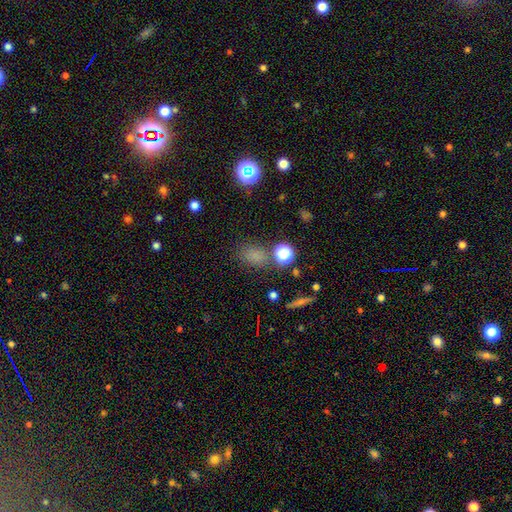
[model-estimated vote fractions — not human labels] This is likely a smooth galaxy (70%). How rounded: likely in between (62%). Merging: likely none (73%).